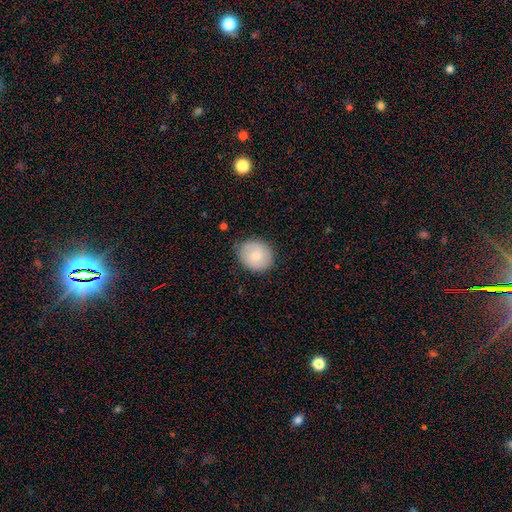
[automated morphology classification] Smooth or featured: smooth — 79% (featured or disk — 14%)
How rounded: round — 67% (in between — 32%)
Merging: none — 78% (minor disturbance — 17%)